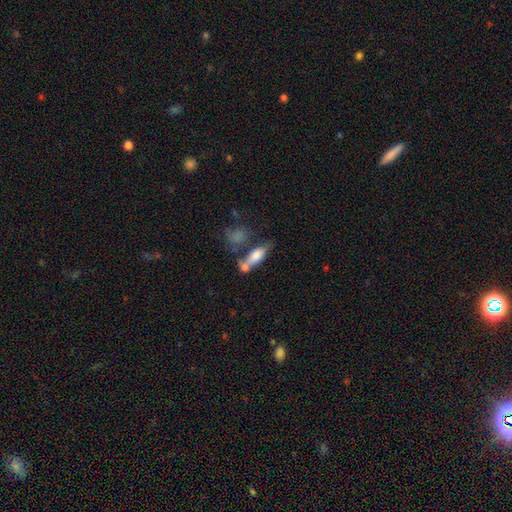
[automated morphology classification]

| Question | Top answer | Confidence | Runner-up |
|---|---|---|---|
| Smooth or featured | smooth | 69% | featured or disk (23%) |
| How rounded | in between | 69% | cigar-shaped (27%) |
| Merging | merger | 39% | none (36%) |